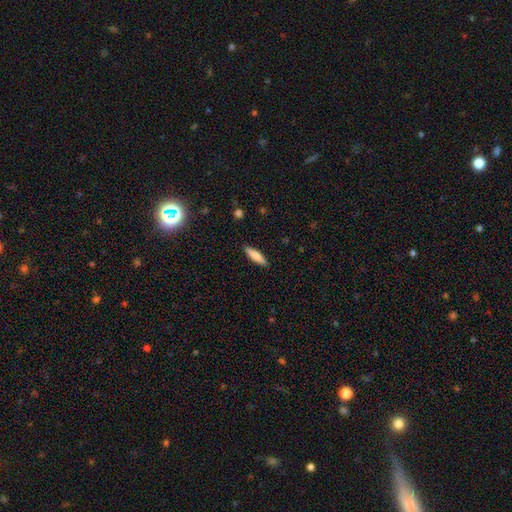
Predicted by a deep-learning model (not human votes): Q: Smooth or featured?
A: smooth (76%); runner-up: featured or disk (18%)
Q: How rounded?
A: cigar-shaped (71%); runner-up: in between (27%)
Q: Merging?
A: none (89%); runner-up: minor disturbance (8%)